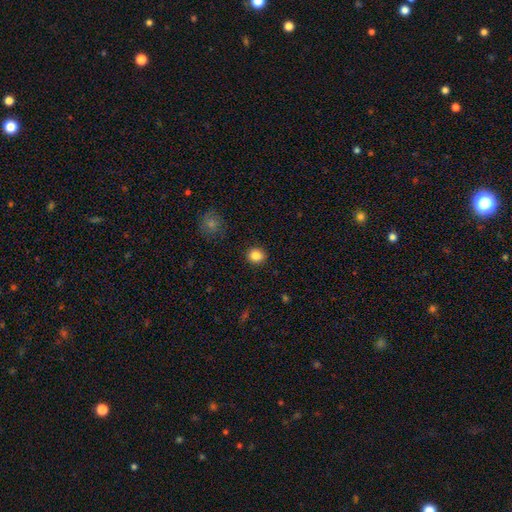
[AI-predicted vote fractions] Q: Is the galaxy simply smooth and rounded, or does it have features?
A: smooth — 86%.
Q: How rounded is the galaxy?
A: round — 81%.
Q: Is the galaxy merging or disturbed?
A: none — 91%.